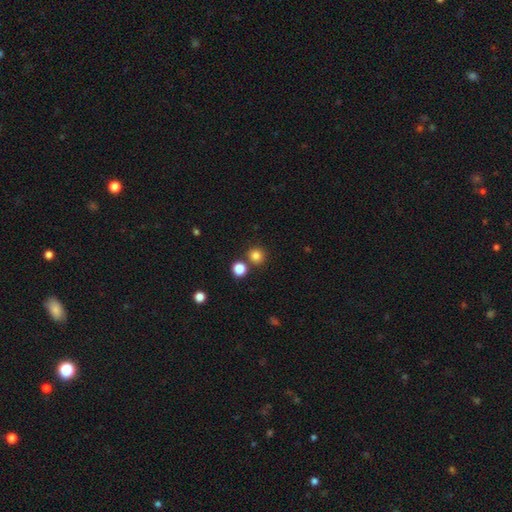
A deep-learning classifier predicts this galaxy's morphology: smooth_or_featured: smooth (p=0.81) [alt: star or artifact p=0.14]
how_rounded: round (p=0.93) [alt: in between p=0.06]
merging: none (p=0.80) [alt: merger p=0.11]